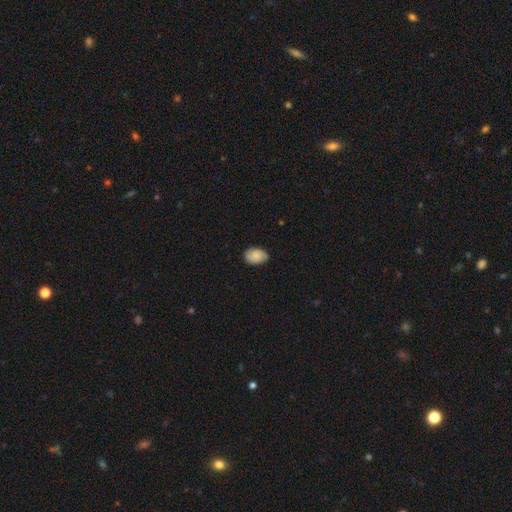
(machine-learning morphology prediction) Overall: smooth (84%). How rounded: in between (85%). Merging: none (81%).